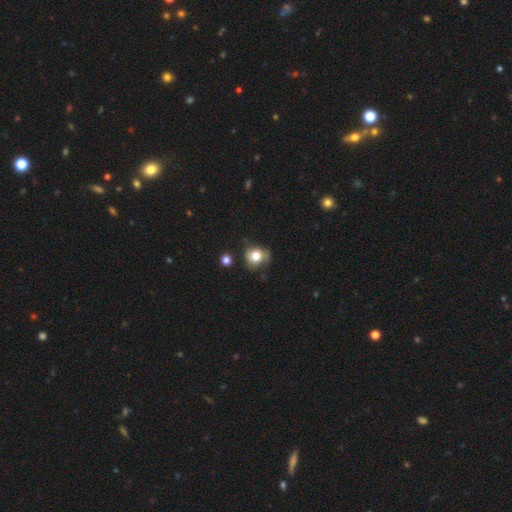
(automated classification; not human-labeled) Morphology: type=smooth (75%); roundness=round (74%); merging=none (57%).